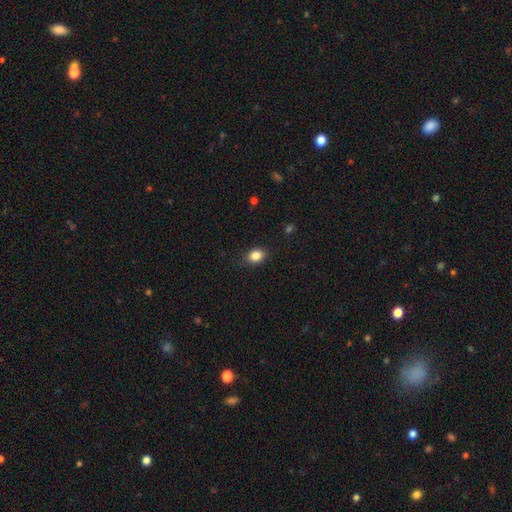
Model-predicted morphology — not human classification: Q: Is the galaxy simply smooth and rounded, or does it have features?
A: smooth — 85%.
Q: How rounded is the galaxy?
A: in between — 63%.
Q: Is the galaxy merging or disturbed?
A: none — 83%.